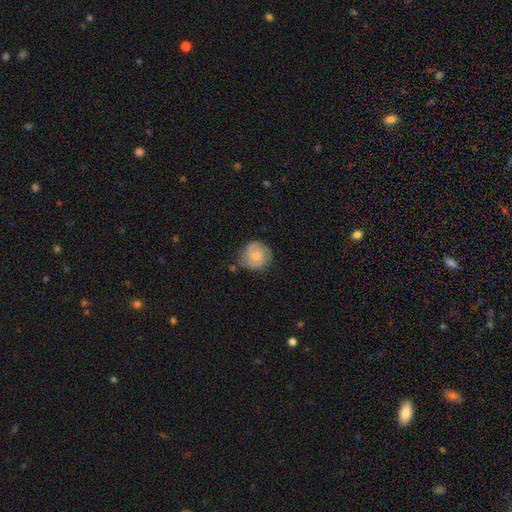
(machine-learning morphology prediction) Smooth or featured?
  - featured or disk: 56% *
  - smooth: 37%
  - star or artifact: 7%
Edge-on disk?
  - no: 98% *
  - yes: 2%
Bar?
  - no: 69% *
  - weak: 28%
  - strong: 4%
Spiral arms?
  - yes: 90% *
  - no: 10%
Bulge size?
  - small: 55% *
  - moderate: 33%
  - none: 8%
  - large: 3%
  - dominant: 1%
Merging?
  - none: 67% *
  - minor disturbance: 23%
  - major disturbance: 7%
  - merger: 3%